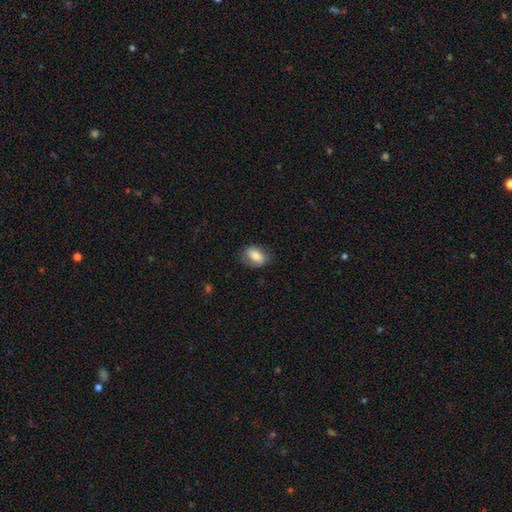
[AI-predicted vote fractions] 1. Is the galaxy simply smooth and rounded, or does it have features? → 69% smooth, 23% featured or disk, 7% star or artifact.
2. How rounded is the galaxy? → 82% in between, 15% round, 2% cigar-shaped.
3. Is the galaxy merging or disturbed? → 70% none, 21% minor disturbance, 7% major disturbance, 1% merger.